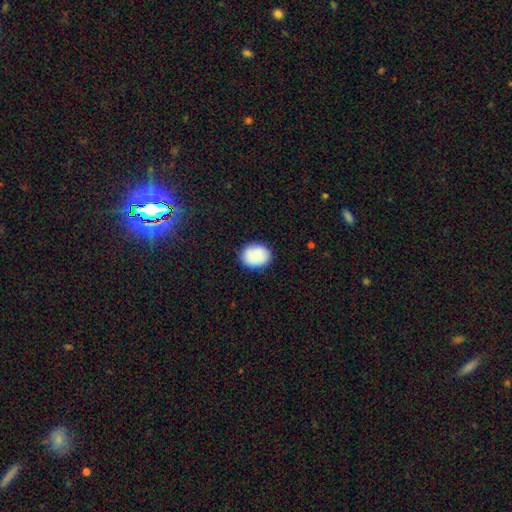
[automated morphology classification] smooth-or-featured: smooth: 85% | featured or disk: 8% | star or artifact: 7%
  how-rounded: in between: 52% | round: 48% | cigar-shaped: 1%
  merging: none: 87% | minor disturbance: 10% | major disturbance: 2% | merger: 1%